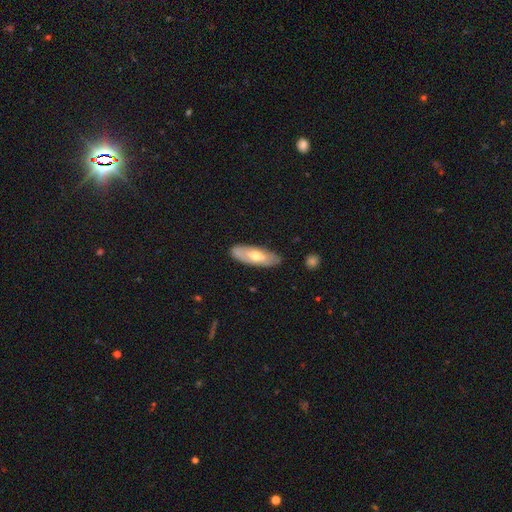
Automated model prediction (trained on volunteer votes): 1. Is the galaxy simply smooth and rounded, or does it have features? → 51% featured or disk, 43% smooth, 6% star or artifact.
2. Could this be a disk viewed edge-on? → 68% no, 32% yes.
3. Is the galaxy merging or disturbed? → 83% none, 13% minor disturbance, 3% major disturbance, 1% merger.